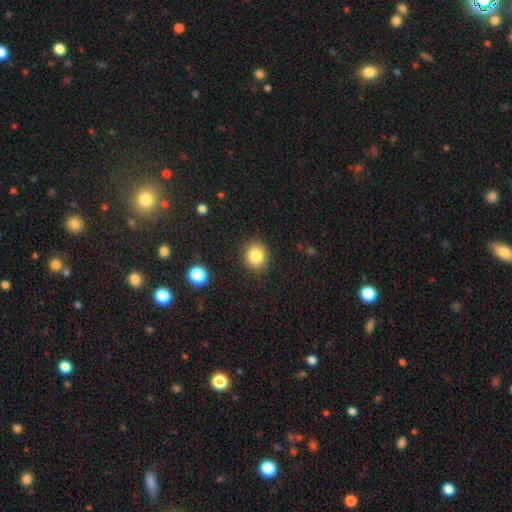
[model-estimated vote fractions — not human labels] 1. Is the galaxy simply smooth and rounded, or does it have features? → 84% smooth, 11% star or artifact, 6% featured or disk.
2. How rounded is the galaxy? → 84% round, 15% in between, 1% cigar-shaped.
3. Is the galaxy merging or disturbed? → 89% none, 7% minor disturbance, 2% major disturbance, 1% merger.